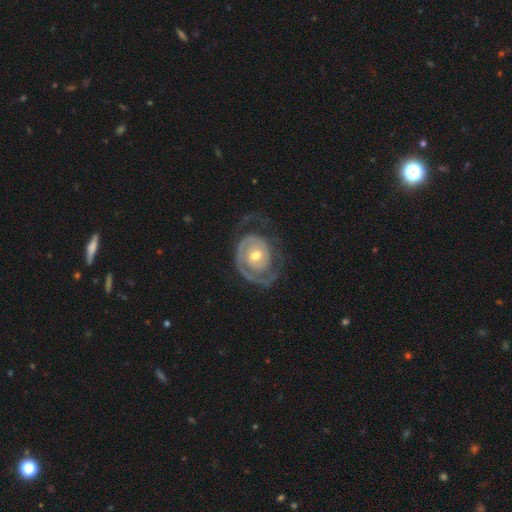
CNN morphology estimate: Smooth or featured? featured or disk (82%)
Edge-on disk? no (97%)
Bar? no (71%)
Spiral arms? yes (87%)
Spiral winding? tight (61%)
Spiral arm count? 1 (46%)
Bulge size? moderate (65%)
Merging? none (53%)